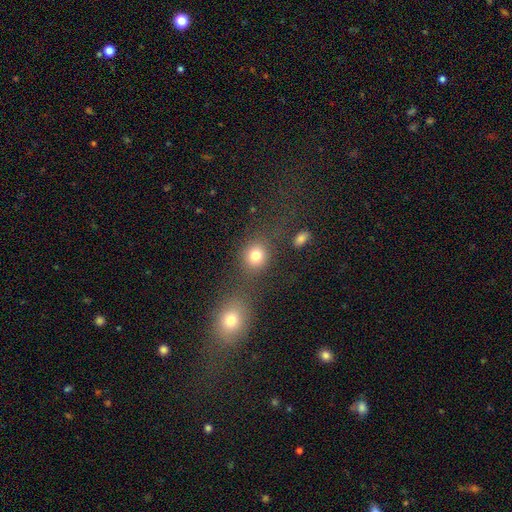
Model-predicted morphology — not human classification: Q: Smooth or featured?
A: smooth (80%); runner-up: star or artifact (13%)
Q: How rounded?
A: round (74%); runner-up: in between (24%)
Q: Merging?
A: none (61%); runner-up: merger (23%)